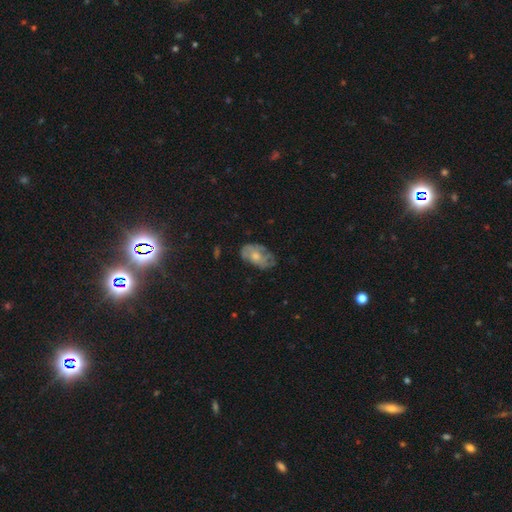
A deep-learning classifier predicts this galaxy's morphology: smooth-or-featured: featured or disk: 49% | smooth: 44% | star or artifact: 8%
  merging: none: 57% | minor disturbance: 28% | major disturbance: 14% | merger: 2%